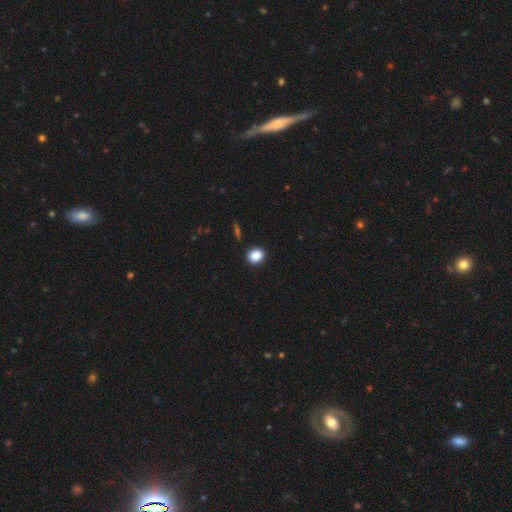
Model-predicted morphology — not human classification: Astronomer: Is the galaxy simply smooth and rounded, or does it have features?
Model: smooth — 87%.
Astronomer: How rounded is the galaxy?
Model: round — 70%.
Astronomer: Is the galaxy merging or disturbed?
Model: none — 91%.